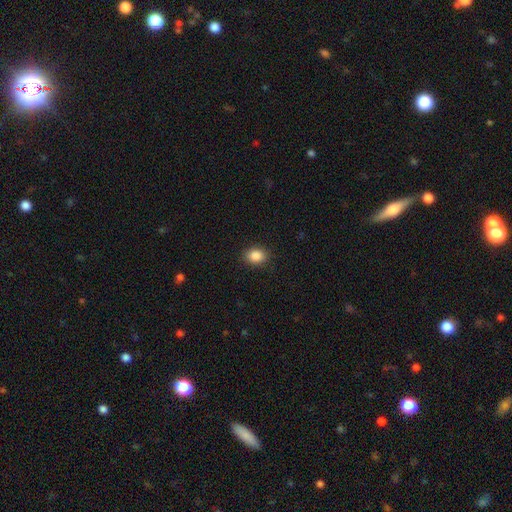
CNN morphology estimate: smooth-or-featured: smooth: 88% | star or artifact: 9% | featured or disk: 3%
  how-rounded: in between: 63% | round: 36% | cigar-shaped: 1%
  merging: none: 88% | minor disturbance: 8% | major disturbance: 2% | merger: 1%